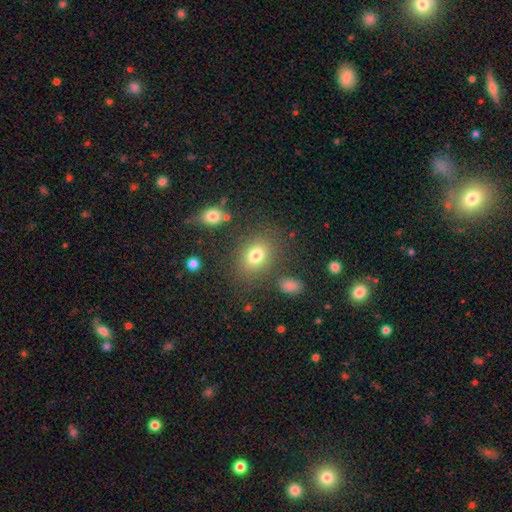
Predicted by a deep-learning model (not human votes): Q: Smooth or featured?
A: smooth (77%); runner-up: star or artifact (13%)
Q: How rounded?
A: in between (61%); runner-up: round (37%)
Q: Merging?
A: none (78%); runner-up: minor disturbance (12%)